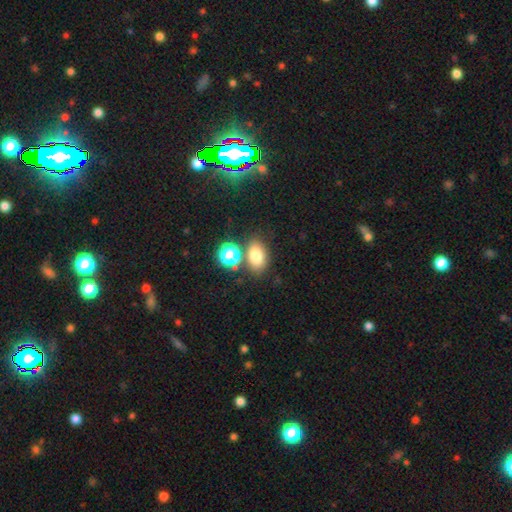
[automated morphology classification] smooth 75%, star or artifact 16%, featured or disk 9%. Down the decision tree: how rounded — in between (74%); merging — none (70%).